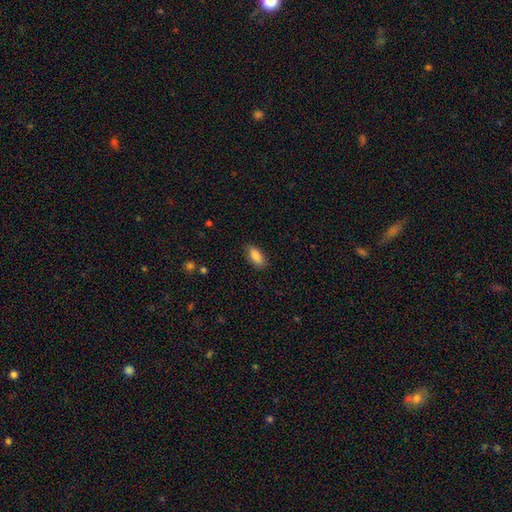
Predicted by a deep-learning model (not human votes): Overall: smooth (86%). How rounded: in between (88%). Merging: none (84%).